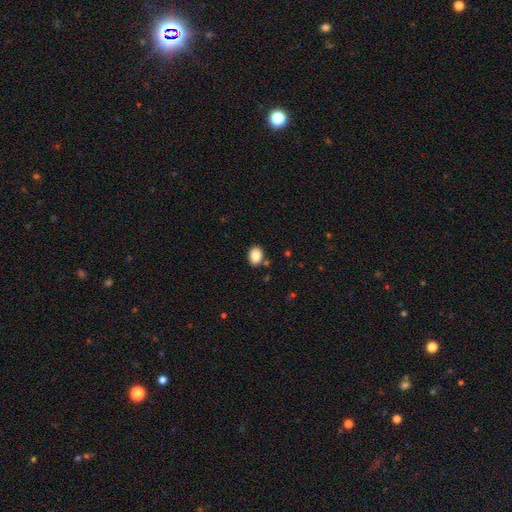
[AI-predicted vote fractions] Overall: smooth (88%). How rounded: in between (70%). Merging: none (84%).